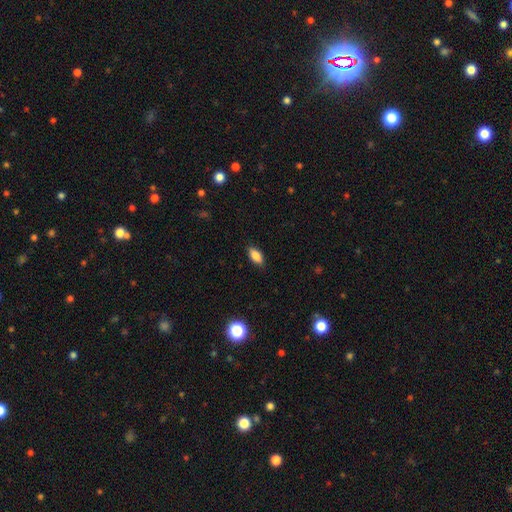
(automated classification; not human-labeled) Smooth or featured? Predicted: smooth (p=0.84). How rounded? Predicted: in between (p=0.87). Merging? Predicted: none (p=0.85).